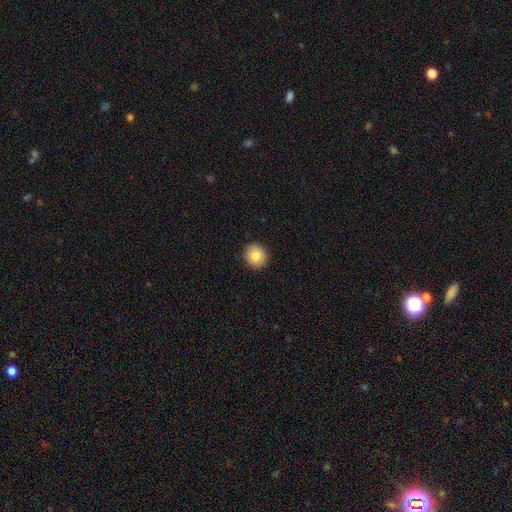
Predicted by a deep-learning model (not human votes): Smooth or featured?
  - smooth: 86% *
  - star or artifact: 9%
  - featured or disk: 6%
How rounded?
  - round: 90% *
  - in between: 9%
  - cigar-shaped: 1%
Merging?
  - none: 92% *
  - minor disturbance: 5%
  - major disturbance: 2%
  - merger: 1%